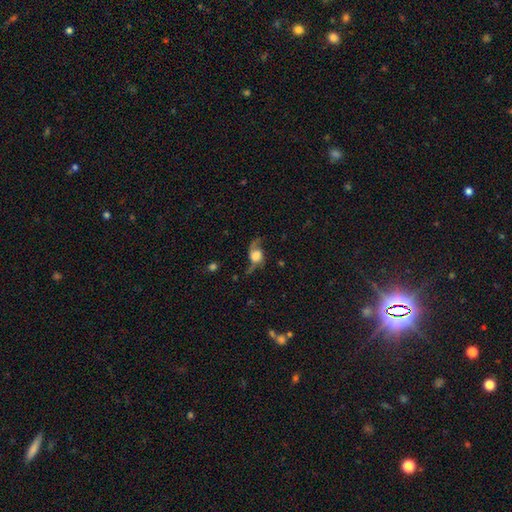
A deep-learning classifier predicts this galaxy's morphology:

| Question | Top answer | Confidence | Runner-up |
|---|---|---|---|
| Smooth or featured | featured or disk | 65% | smooth (25%) |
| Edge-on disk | no | 90% | yes (10%) |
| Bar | no | 67% | weak (26%) |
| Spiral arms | yes | 90% | no (10%) |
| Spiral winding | loose | 83% | medium (14%) |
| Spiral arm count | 2 | 89% | 1 (5%) |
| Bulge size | large | 46% | dominant (23%) |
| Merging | none | 57% | minor disturbance (21%) |